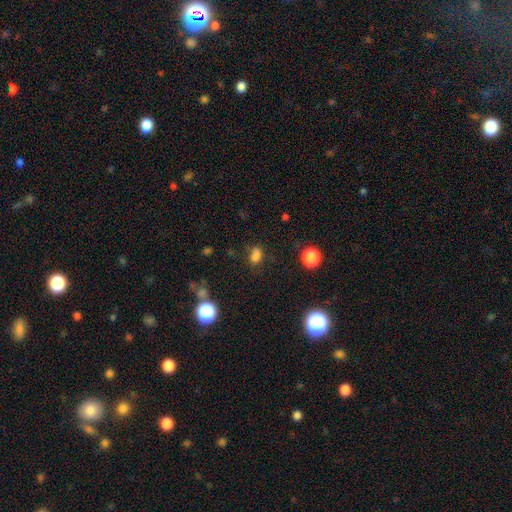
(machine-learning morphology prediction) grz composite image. It shows a smooth galaxy with no disk features (76%) that is in between round and cigar-shaped (73%). Merging: none (65%).